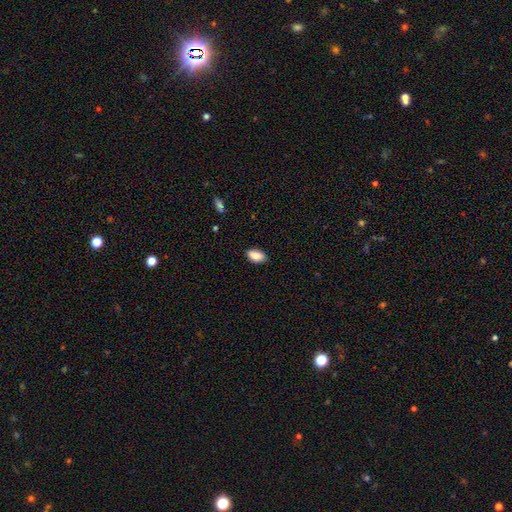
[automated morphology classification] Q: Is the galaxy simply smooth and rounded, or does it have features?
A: smooth — 86%.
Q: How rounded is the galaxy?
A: in between — 93%.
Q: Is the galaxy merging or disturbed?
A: none — 86%.